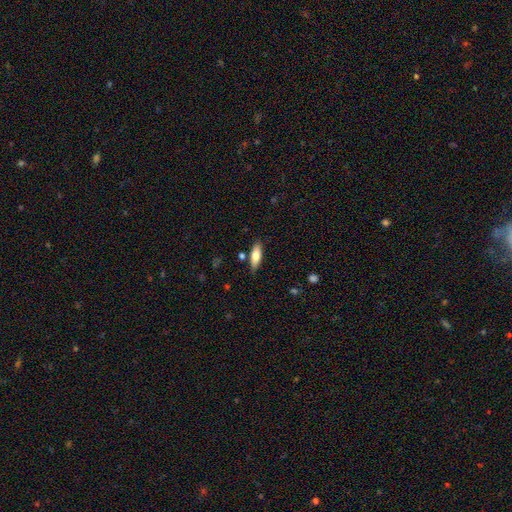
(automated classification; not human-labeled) Smooth or featured?
  - smooth: 72% *
  - featured or disk: 22%
  - star or artifact: 6%
How rounded?
  - in between: 65% *
  - cigar-shaped: 33%
  - round: 2%
Merging?
  - none: 83% *
  - minor disturbance: 11%
  - merger: 4%
  - major disturbance: 2%